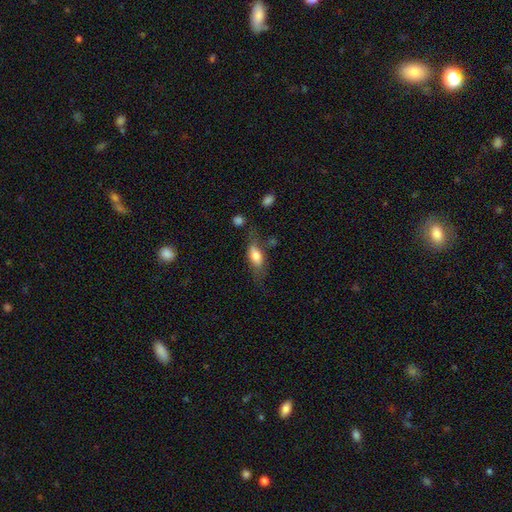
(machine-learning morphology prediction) This is likely a smooth galaxy (65%). How rounded: likely in between (73%). Merging: possibly none (52%).